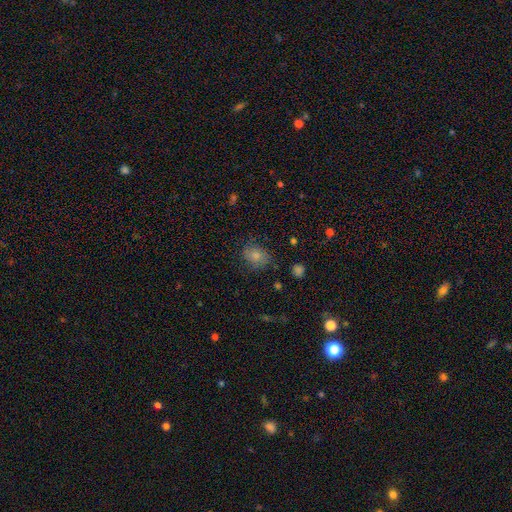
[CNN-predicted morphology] Smooth or featured?
  - smooth: 80% *
  - star or artifact: 11%
  - featured or disk: 9%
How rounded?
  - round: 55% *
  - in between: 43%
  - cigar-shaped: 1%
Merging?
  - none: 73% *
  - minor disturbance: 19%
  - major disturbance: 6%
  - merger: 2%